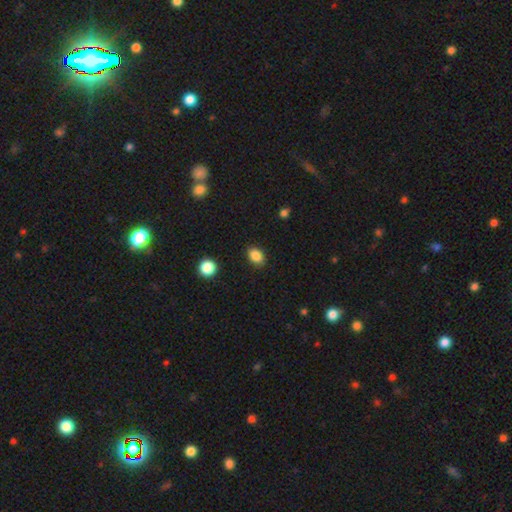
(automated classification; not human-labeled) Smooth or featured? smooth (86%)
How rounded? in between (76%)
Merging? none (88%)